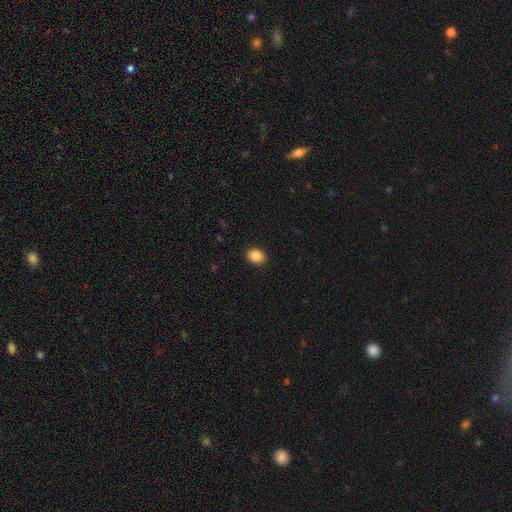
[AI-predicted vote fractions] The model was most divided on "how rounded": in between: 50%, round: 49%, cigar-shaped: 1%. More confident: merging — none (91%); smooth or featured — smooth (88%).